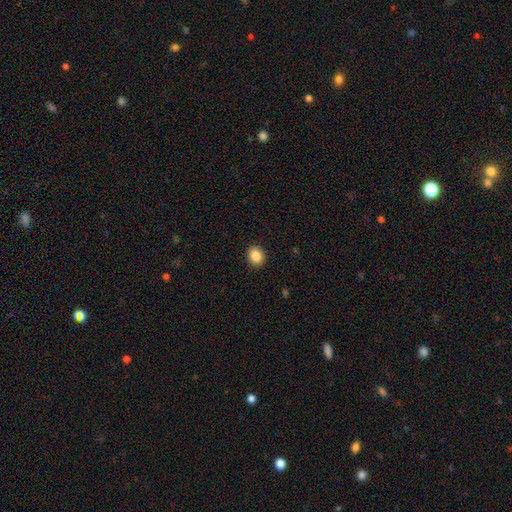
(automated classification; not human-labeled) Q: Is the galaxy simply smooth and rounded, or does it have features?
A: smooth — 88%.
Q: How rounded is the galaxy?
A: round — 56%.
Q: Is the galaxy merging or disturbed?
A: none — 91%.